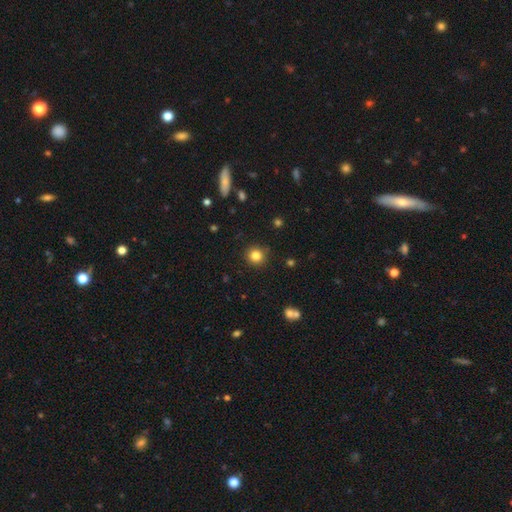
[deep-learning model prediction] Smooth or featured: smooth — 83% (star or artifact — 12%)
How rounded: round — 94% (in between — 5%)
Merging: none — 90% (minor disturbance — 6%)